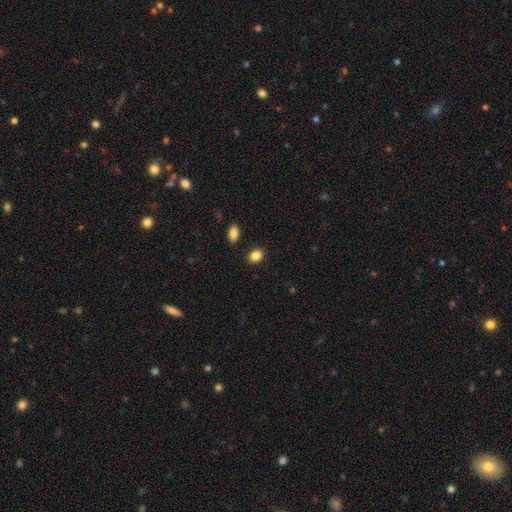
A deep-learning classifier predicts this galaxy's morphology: smooth 86%, star or artifact 9%, featured or disk 5%. Down the decision tree: how rounded — in between (64%); merging — none (86%).